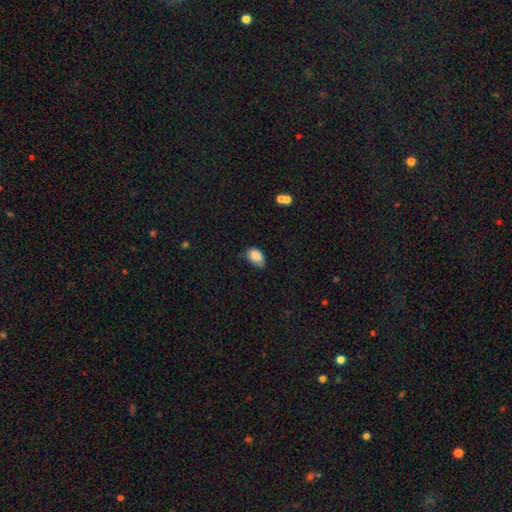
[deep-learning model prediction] This is clearly a smooth galaxy (86%). How rounded: clearly in between (89%). Merging: possibly none (52%).